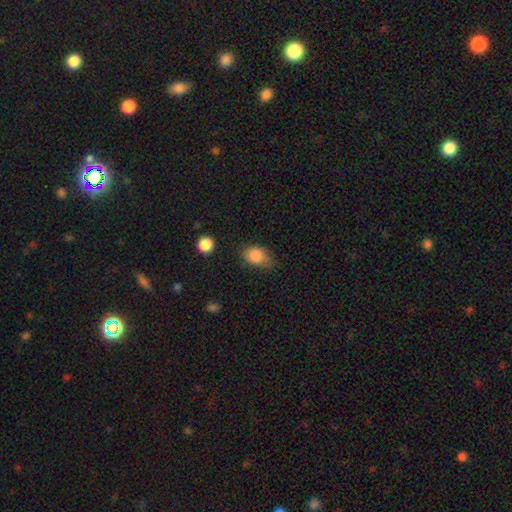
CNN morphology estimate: type=smooth (85%); roundness=in between (70%); merging=none (54%).